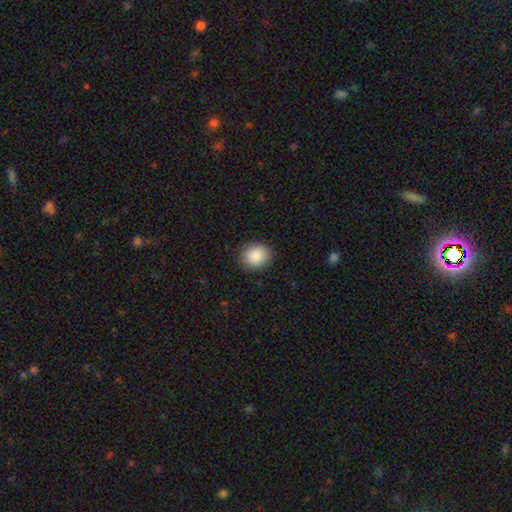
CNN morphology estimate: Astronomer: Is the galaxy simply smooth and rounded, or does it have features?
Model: smooth — 89%.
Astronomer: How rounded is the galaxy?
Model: round — 72%.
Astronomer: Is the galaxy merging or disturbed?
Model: none — 89%.